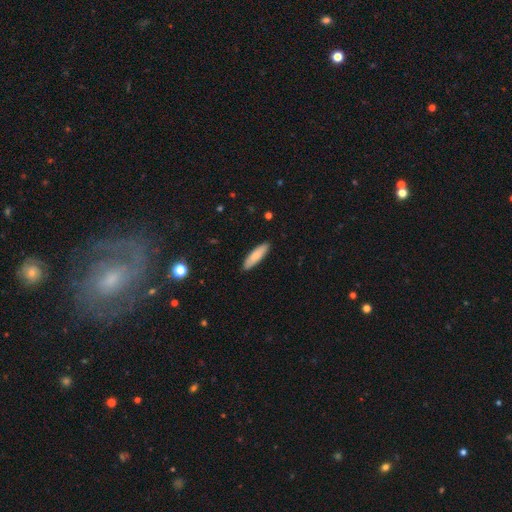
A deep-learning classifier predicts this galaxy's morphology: This appears to be a smooth galaxy with no disk features (82%) that is cigar-shaped (66%). Merging: none (90%).